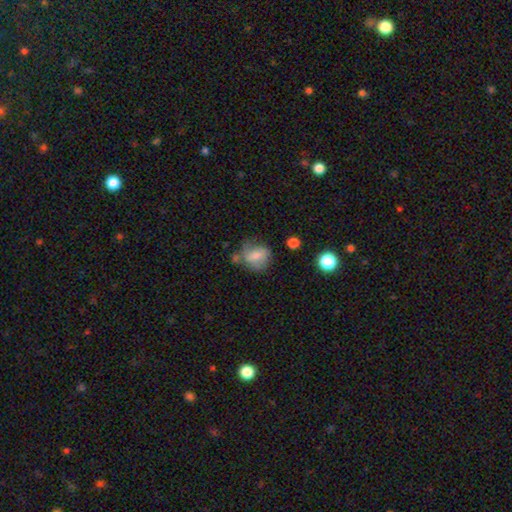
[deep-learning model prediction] This appears to be a smooth galaxy with no disk features (63%) that is round (64%). Merging: none (49%).